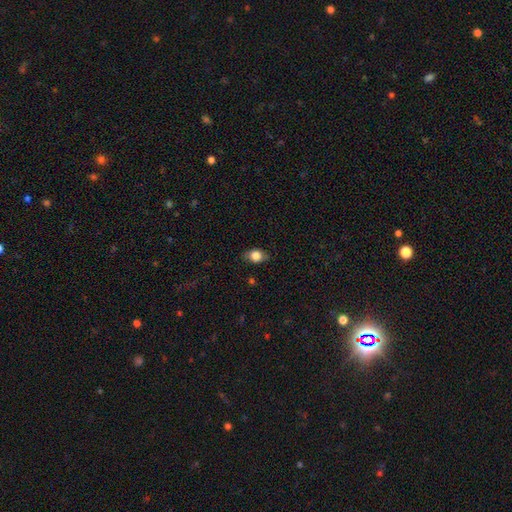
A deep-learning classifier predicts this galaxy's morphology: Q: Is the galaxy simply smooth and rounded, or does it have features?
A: smooth — 79%.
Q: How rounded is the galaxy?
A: in between — 71%.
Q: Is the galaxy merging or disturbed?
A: none — 80%.